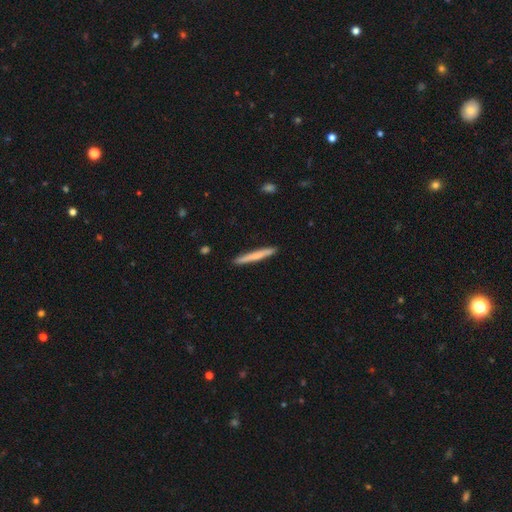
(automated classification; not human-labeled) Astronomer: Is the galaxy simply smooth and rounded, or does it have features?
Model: smooth — 66%.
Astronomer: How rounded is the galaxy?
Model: cigar-shaped — 96%.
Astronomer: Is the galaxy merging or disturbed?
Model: none — 92%.